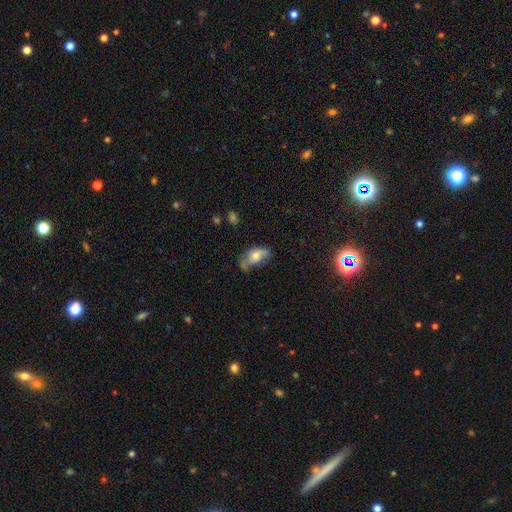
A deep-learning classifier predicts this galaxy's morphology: type=smooth (50%); merging=none (34%).